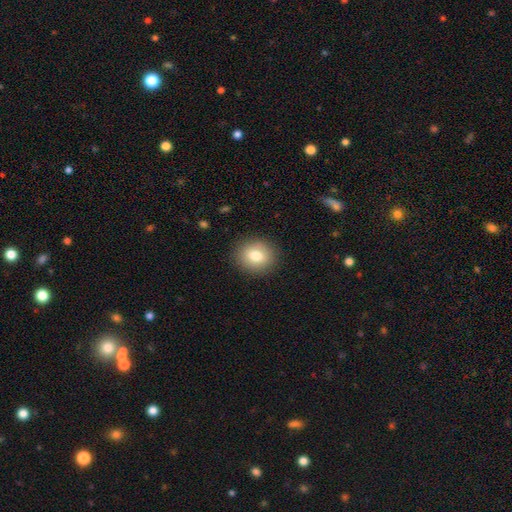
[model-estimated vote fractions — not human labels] A smooth galaxy with no disk features (79%) that is round (73%).

Vote fractions:
- Smooth or featured? smooth: 79% / featured or disk: 12% / star or artifact: 9%
- How rounded? round: 73% / in between: 26% / cigar-shaped: 1%
- Merging? none: 89% / minor disturbance: 7% / major disturbance: 2% / merger: 1%